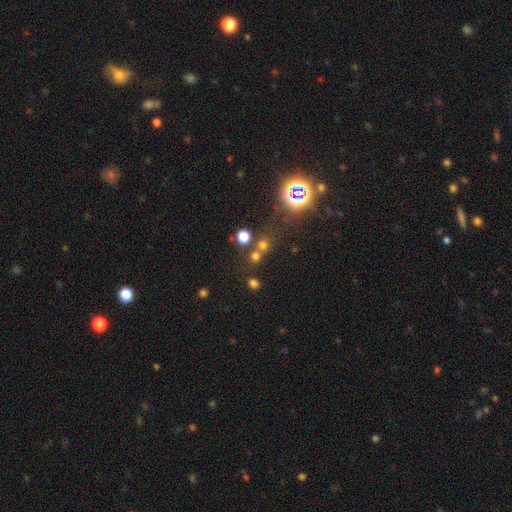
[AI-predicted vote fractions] Smooth or featured? Predicted: smooth (p=0.49). Merging? Predicted: none (p=0.63).